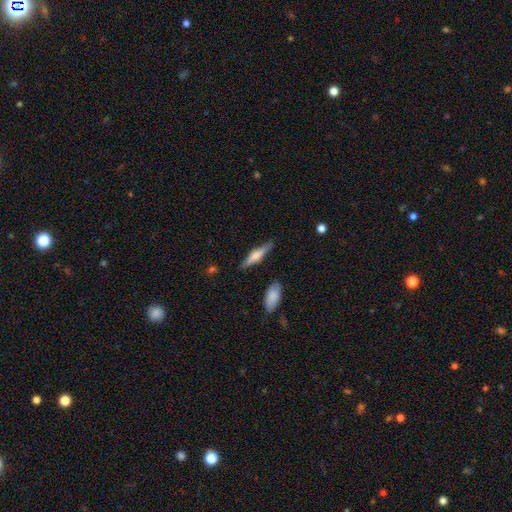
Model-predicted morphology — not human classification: smooth_or_featured: featured or disk (p=0.53) [alt: smooth p=0.41]
disk_edge_on: yes (p=0.96) [alt: no p=0.04]
edge_on_bulge: rounded (p=0.79) [alt: boxy p=0.15]
merging: none (p=0.86) [alt: minor disturbance p=0.10]